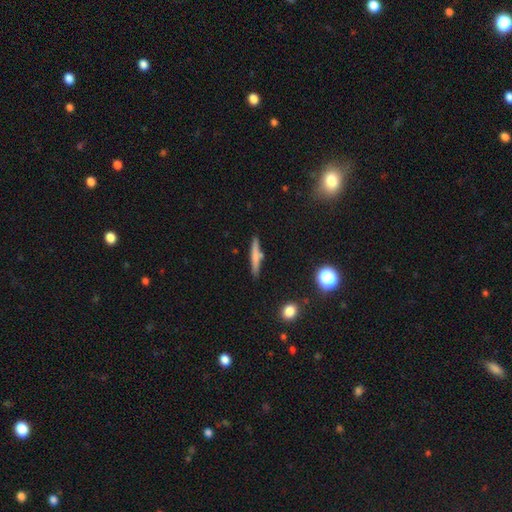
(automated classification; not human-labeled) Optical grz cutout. It shows a smooth galaxy with no disk features (59%) that is cigar-shaped (91%). Merging: none (80%).